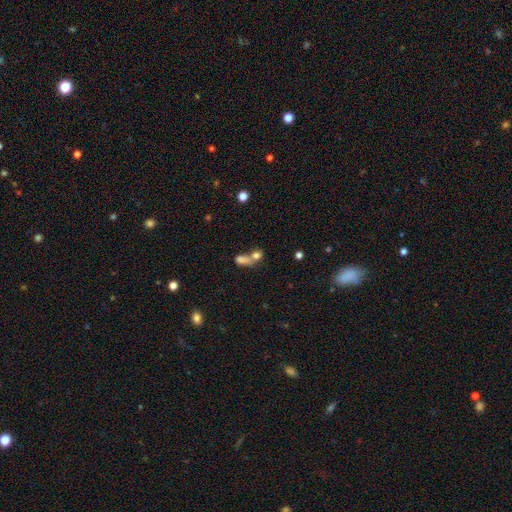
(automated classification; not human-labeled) Smooth or featured? smooth (65%)
How rounded? in between (55%)
Merging? merger (55%)